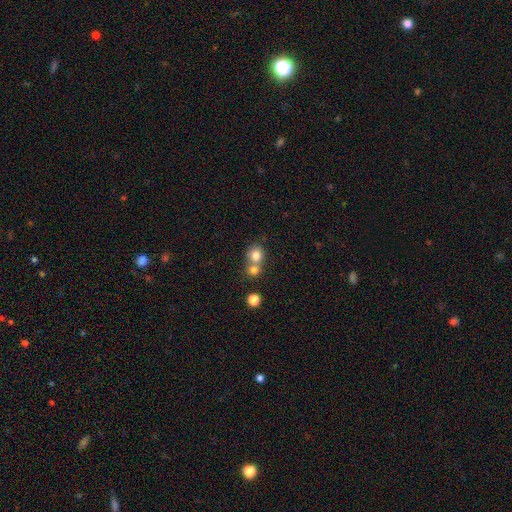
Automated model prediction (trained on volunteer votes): smooth-or-featured: smooth: 80% | star or artifact: 11% | featured or disk: 9%
  how-rounded: round: 82% | in between: 17% | cigar-shaped: 1%
  merging: merger: 51% | none: 41% | minor disturbance: 6% | major disturbance: 2%